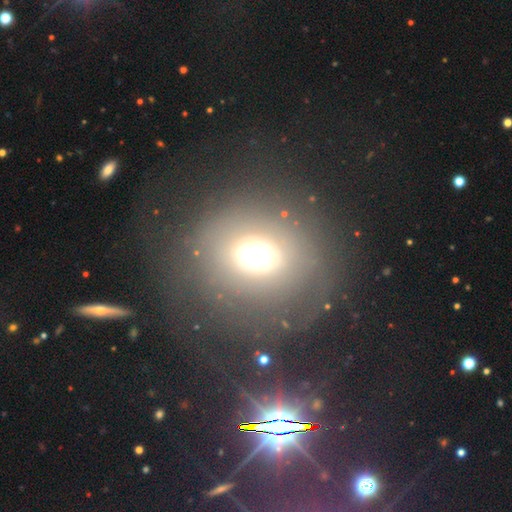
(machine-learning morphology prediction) Overall: smooth (55%; featured or disk 23%). How rounded: round (75%). Merging: none (70%).